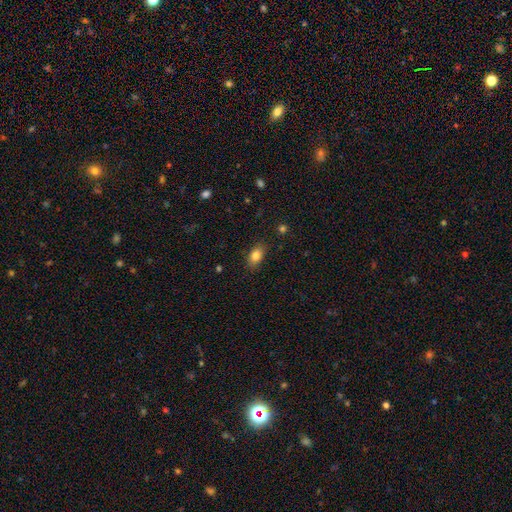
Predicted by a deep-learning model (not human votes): Smooth or featured? Predicted: smooth (p=0.84). How rounded? Predicted: in between (p=0.88). Merging? Predicted: none (p=0.85).